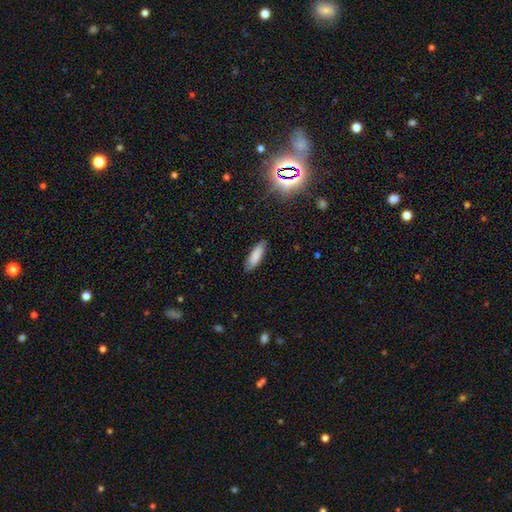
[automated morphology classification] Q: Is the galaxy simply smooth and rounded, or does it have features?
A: smooth — 84%.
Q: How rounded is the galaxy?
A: in between — 52%.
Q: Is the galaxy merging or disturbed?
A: none — 86%.